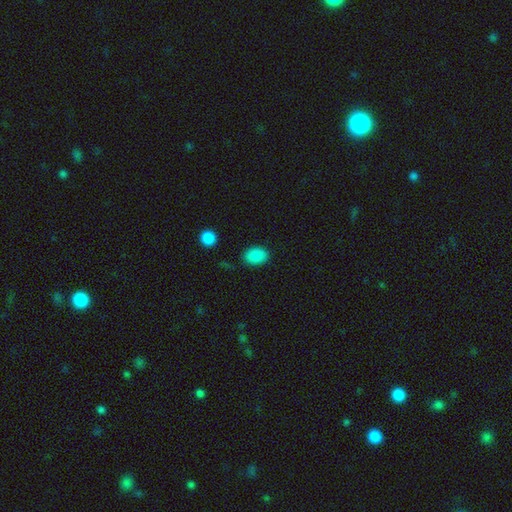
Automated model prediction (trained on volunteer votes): Morphology: type=smooth (87%); roundness=in between (78%); merging=none (83%).